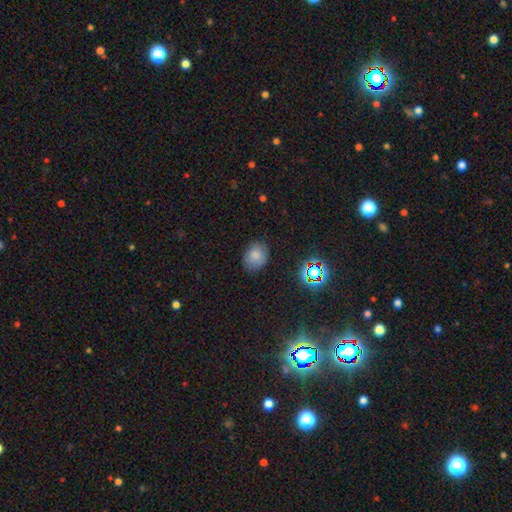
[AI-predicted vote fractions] A smooth galaxy with no disk features (77%) that is in between round and cigar-shaped (64%).

Vote fractions:
- Smooth or featured? smooth: 77% / star or artifact: 14% / featured or disk: 9%
- How rounded? in between: 64% / round: 35% / cigar-shaped: 1%
- Merging? none: 80% / minor disturbance: 15% / major disturbance: 3% / merger: 1%